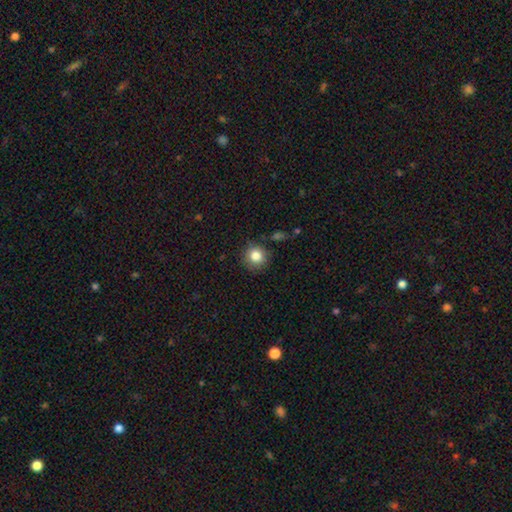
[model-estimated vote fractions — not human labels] Smooth or featured: smooth — 83% (star or artifact — 11%)
How rounded: round — 92% (in between — 7%)
Merging: none — 84% (minor disturbance — 10%)